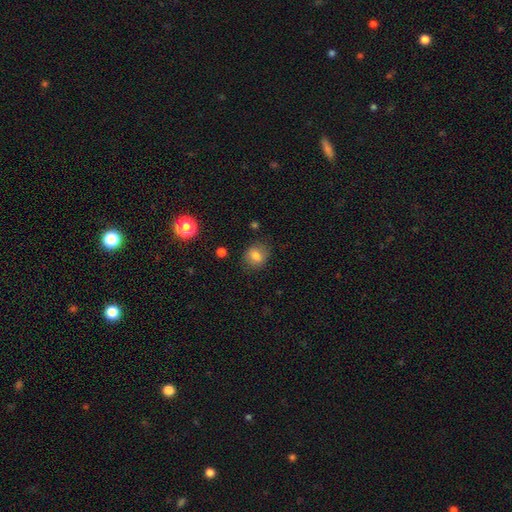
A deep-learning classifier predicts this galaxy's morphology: Smooth or featured: smooth — 77% (featured or disk — 12%)
How rounded: round — 70% (in between — 29%)
Merging: none — 81% (minor disturbance — 13%)